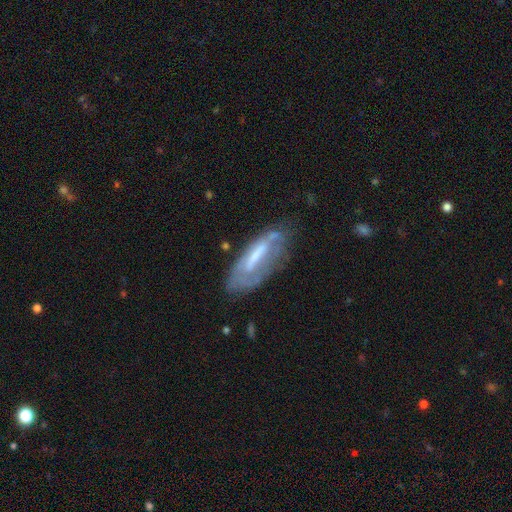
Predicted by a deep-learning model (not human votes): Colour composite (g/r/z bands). It shows a featured or disk galaxy (60%). Merging: none (53%).